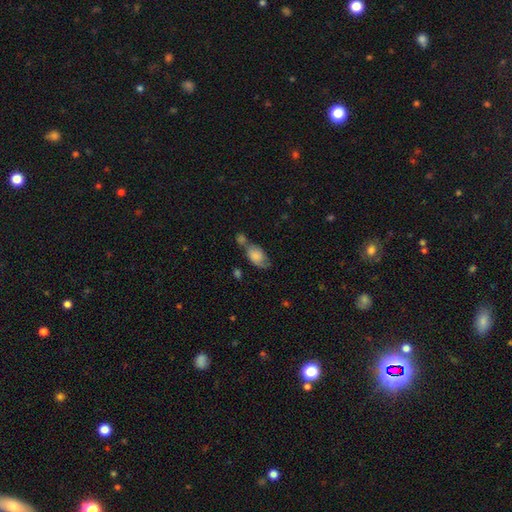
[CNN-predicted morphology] Smooth or featured? Predicted: smooth (p=0.70). How rounded? Predicted: in between (p=0.87). Merging? Predicted: merger (p=0.35).